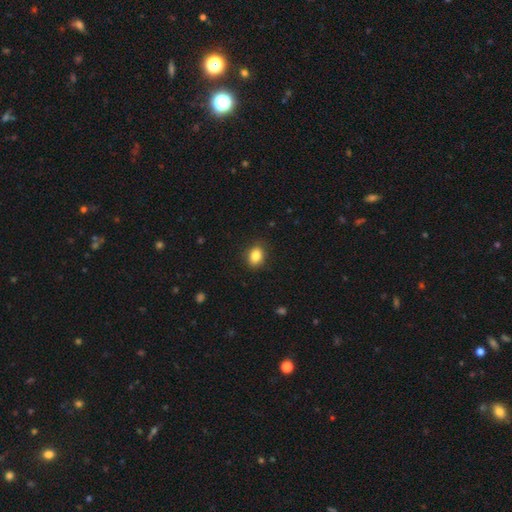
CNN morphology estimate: type=smooth (85%); roundness=in between (62%); merging=none (85%).